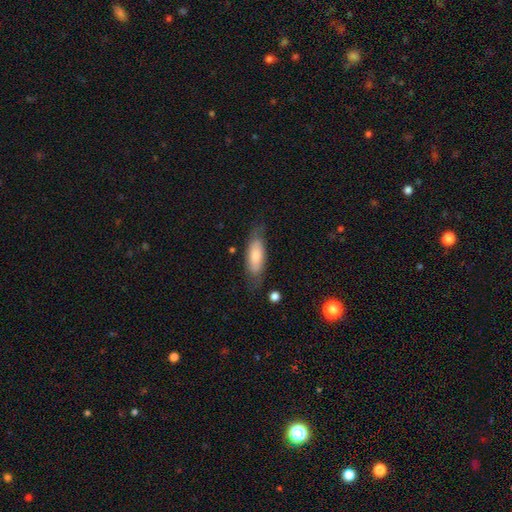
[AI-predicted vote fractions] smooth 70%, featured or disk 24%, star or artifact 6%. Down the decision tree: how rounded — in between (69%); merging — none (67%).